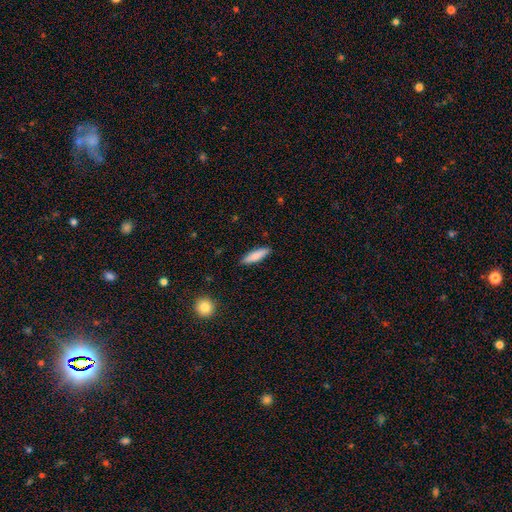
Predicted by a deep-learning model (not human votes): Smooth or featured?
  - smooth: 81% *
  - featured or disk: 13%
  - star or artifact: 6%
How rounded?
  - cigar-shaped: 66% *
  - in between: 33%
  - round: 2%
Merging?
  - none: 89% *
  - minor disturbance: 8%
  - major disturbance: 2%
  - merger: 1%